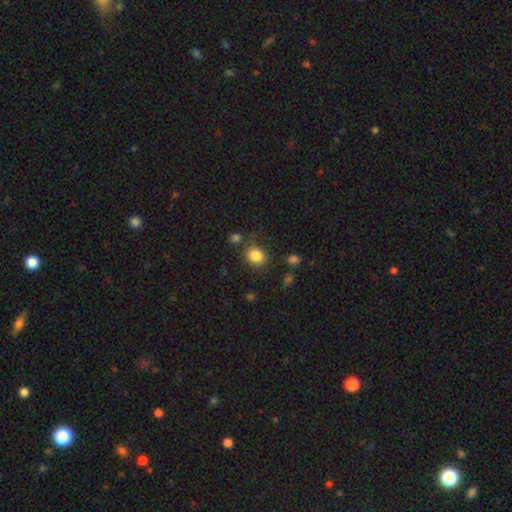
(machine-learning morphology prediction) Smooth or featured: smooth — 84% (star or artifact — 10%)
How rounded: round — 62% (in between — 37%)
Merging: none — 75% (minor disturbance — 14%)